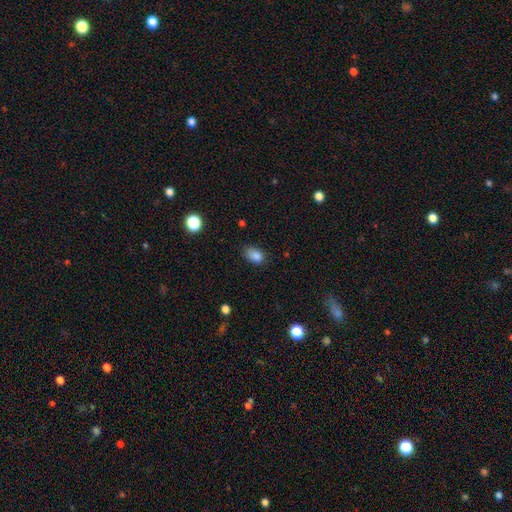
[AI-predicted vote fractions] Smooth or featured: smooth — 84% (star or artifact — 11%)
How rounded: in between — 82% (round — 16%)
Merging: none — 66% (minor disturbance — 26%)